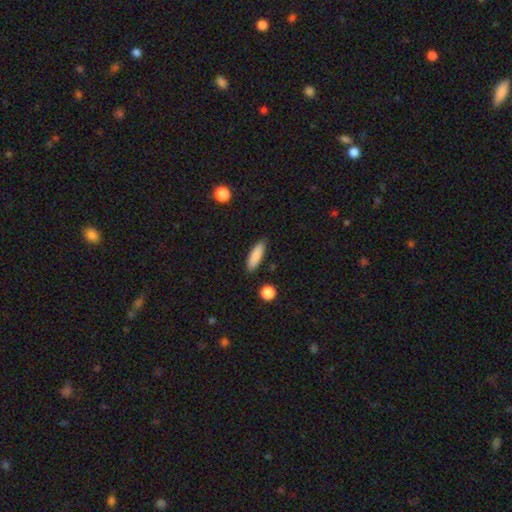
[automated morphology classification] A smooth galaxy with no disk features (86%) that is cigar-shaped (61%).

Vote fractions:
- Smooth or featured? smooth: 86% / featured or disk: 7% / star or artifact: 6%
- How rounded? cigar-shaped: 61% / in between: 37% / round: 2%
- Merging? none: 87% / minor disturbance: 9% / major disturbance: 2% / merger: 2%